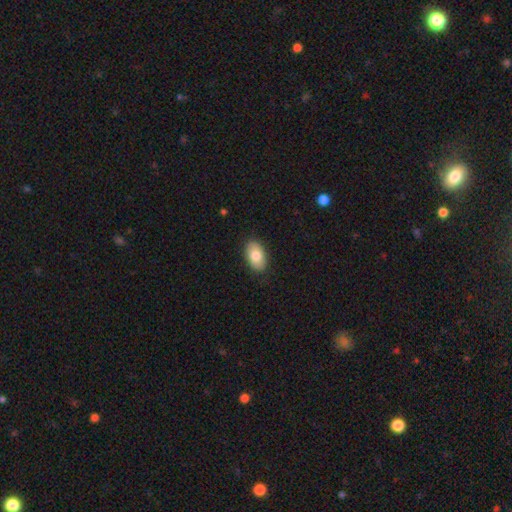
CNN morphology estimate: A smooth galaxy with no disk features (81%) that is in between round and cigar-shaped (93%). Merging: none (88%).